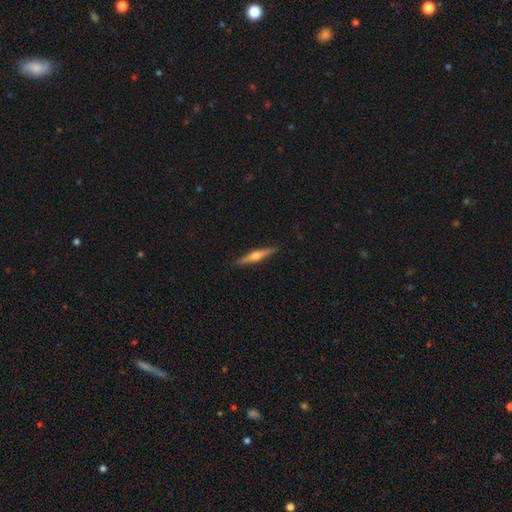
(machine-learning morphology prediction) smooth-or-featured: featured or disk: 62% | smooth: 32% | star or artifact: 6%
  disk-edge-on: yes: 97% | no: 3%
    edge-on-bulge: rounded: 90% | none: 5% | boxy: 4%
  merging: none: 90% | minor disturbance: 7% | major disturbance: 2% | merger: 1%